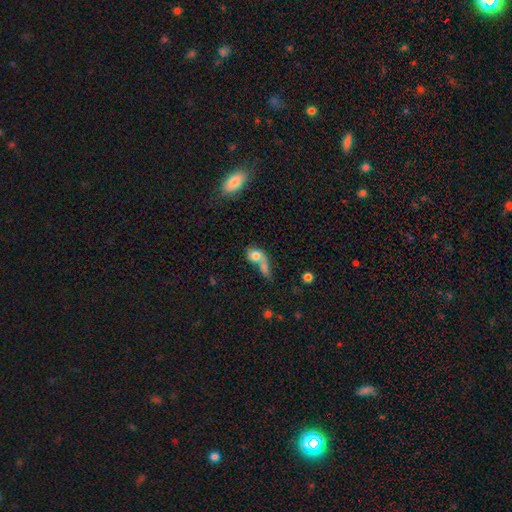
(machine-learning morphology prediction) This is likely a smooth galaxy (70%). How rounded: possibly in between (53%). Merging: likely merger (64%).